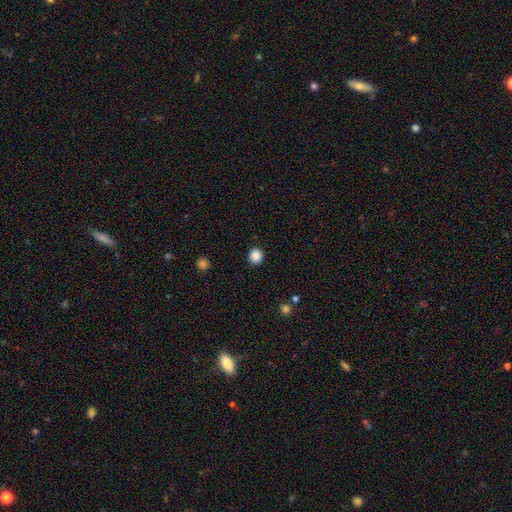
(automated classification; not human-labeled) Overall: smooth (87%). How rounded: round (88%). Merging: none (92%).